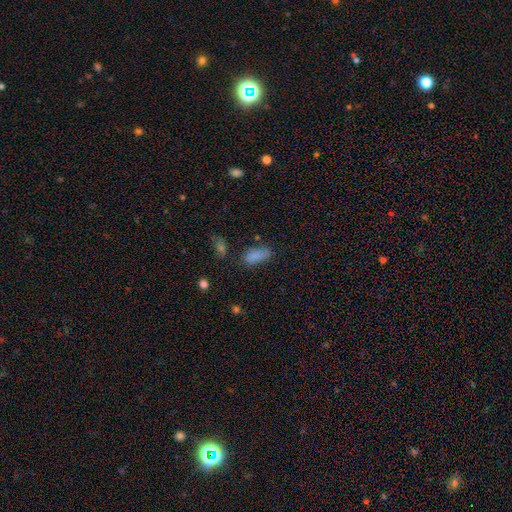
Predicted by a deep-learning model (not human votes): Q: Smooth or featured?
A: smooth (82%); runner-up: star or artifact (11%)
Q: How rounded?
A: in between (82%); runner-up: cigar-shaped (15%)
Q: Merging?
A: none (62%); runner-up: minor disturbance (24%)